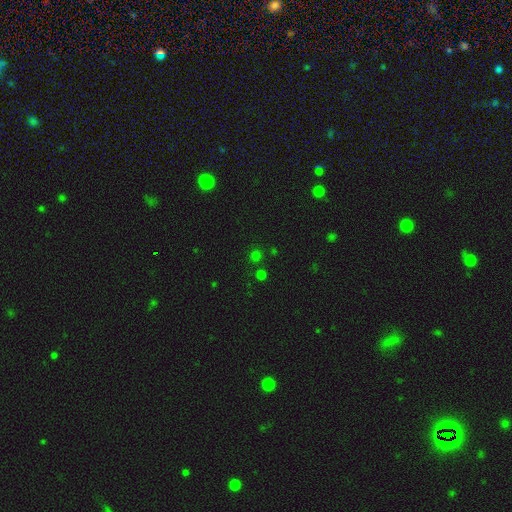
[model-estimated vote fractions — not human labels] This is likely a smooth galaxy (62%). How rounded: clearly round (93%). Merging: clearly none (82%).